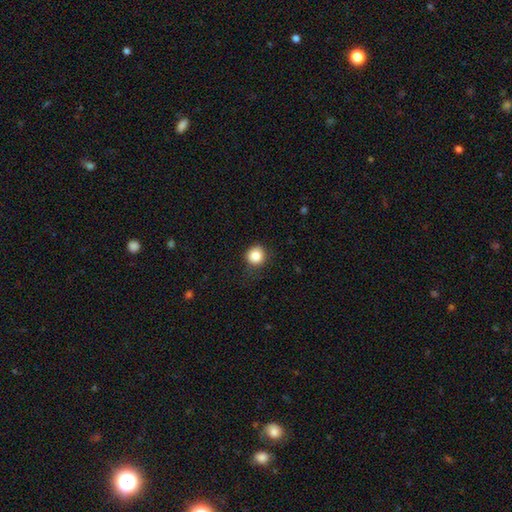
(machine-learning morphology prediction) This appears to be a smooth galaxy with no disk features (85%) that is round (91%). Merging: none (81%).